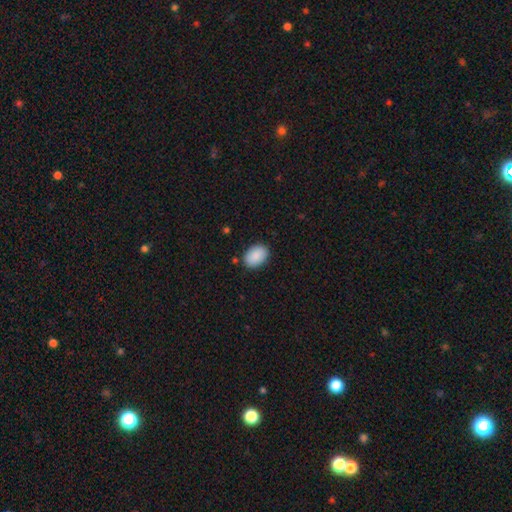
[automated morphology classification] Smooth or featured? smooth (90%)
How rounded? in between (85%)
Merging? none (86%)